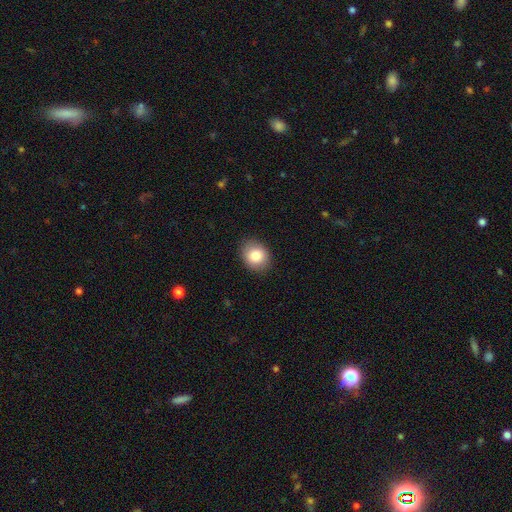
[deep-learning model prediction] Smooth or featured: smooth — 83% (star or artifact — 9%)
How rounded: round — 54% (in between — 45%)
Merging: none — 88% (minor disturbance — 9%)